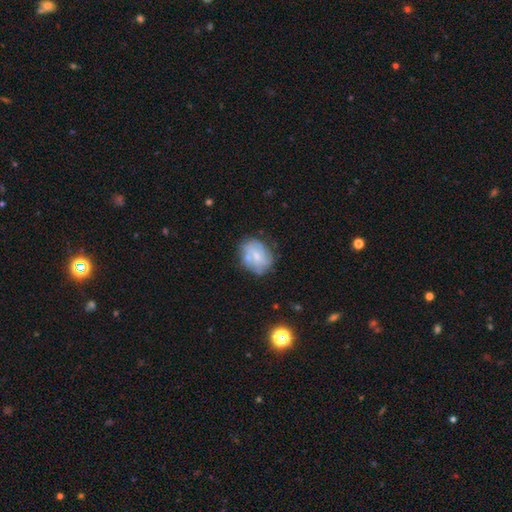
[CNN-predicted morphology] Smooth or featured? Predicted: featured or disk (p=0.52). Edge-on disk? Predicted: no (p=0.97). Bar? Predicted: no (p=0.63). Spiral arms? Predicted: yes (p=0.53). Bulge size? Predicted: small (p=0.56). Merging? Predicted: none (p=0.60).